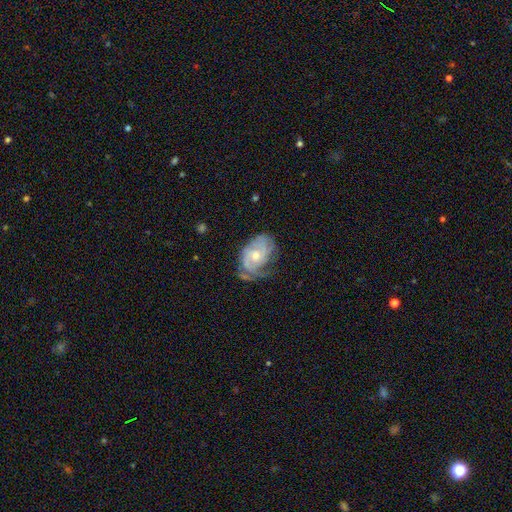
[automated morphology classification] Overall: featured or disk (78%). Edge-on disk: no (97%). Bar: no (72%). Spiral arms: yes (89%). Spiral arm count: 2 (35%, tied with can't tell). Spiral winding: tight (54%; medium 34%). Bulge size: moderate (55%; small 40%). Merging: none (50%; minor disturbance 30%).